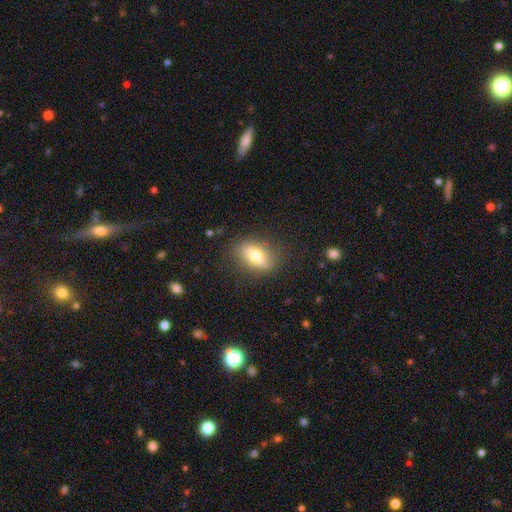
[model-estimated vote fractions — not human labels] This appears to be a smooth galaxy with no disk features (67%) that is in between round and cigar-shaped (80%). Merging: none (80%).